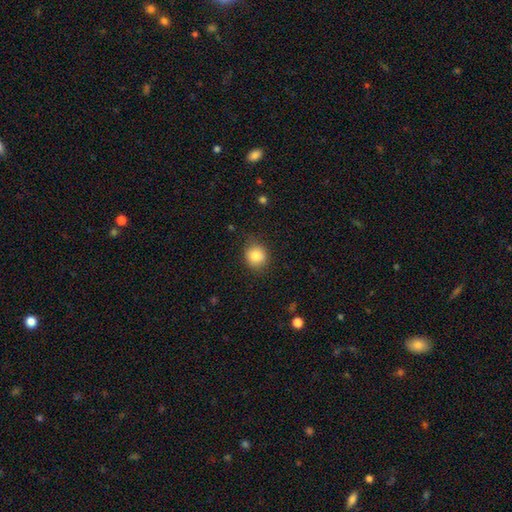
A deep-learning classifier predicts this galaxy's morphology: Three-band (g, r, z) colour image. It shows a smooth galaxy with no disk features (83%) that is round (81%). Merging: none (81%).